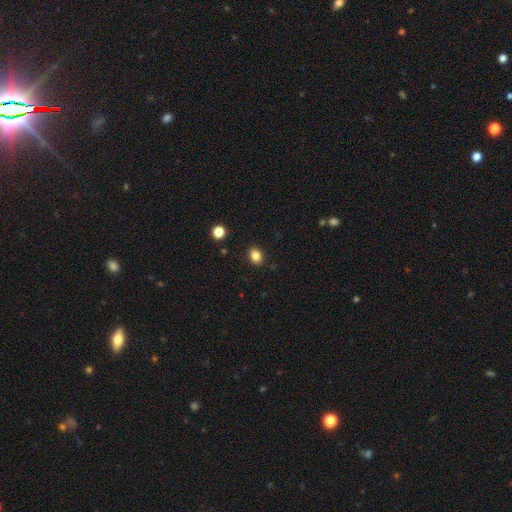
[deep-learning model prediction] The model was most divided on "how rounded": in between: 57%, round: 42%, cigar-shaped: 1%. More confident: merging — none (89%); smooth or featured — smooth (84%).